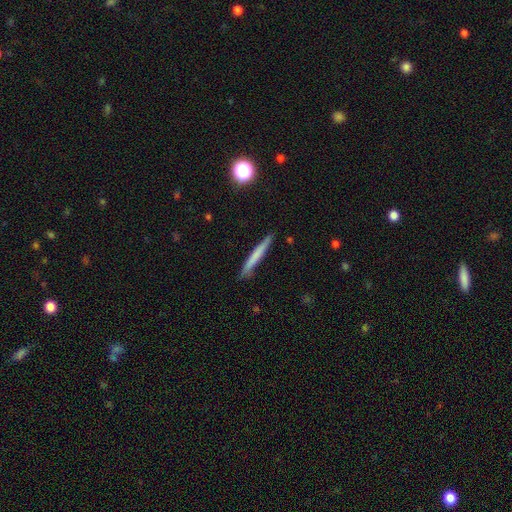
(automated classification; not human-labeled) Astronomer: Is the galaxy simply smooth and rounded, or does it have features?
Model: smooth — 62%.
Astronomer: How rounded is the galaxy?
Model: cigar-shaped — 96%.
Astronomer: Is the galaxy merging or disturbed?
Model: none — 87%.